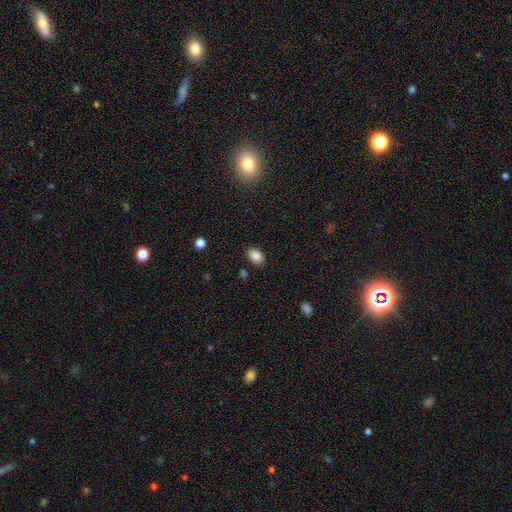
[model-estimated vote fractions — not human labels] This is clearly a smooth galaxy (87%). How rounded: clearly in between (81%). Merging: clearly none (86%).